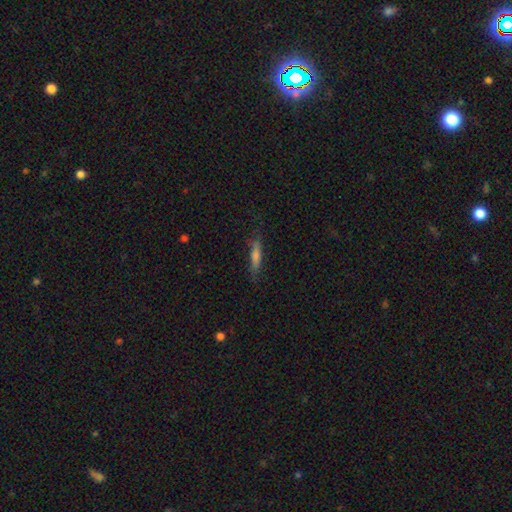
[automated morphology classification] A smooth galaxy with no disk features (47%). Merging: none (79%).